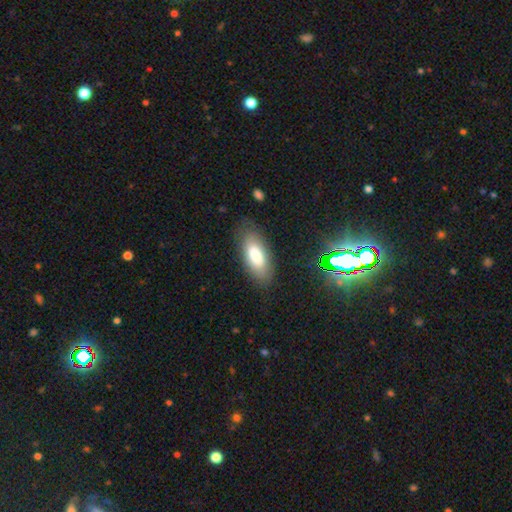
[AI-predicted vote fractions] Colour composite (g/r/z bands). It shows a smooth galaxy with no disk features (79%) that is in between round and cigar-shaped (86%). Merging: none (81%).